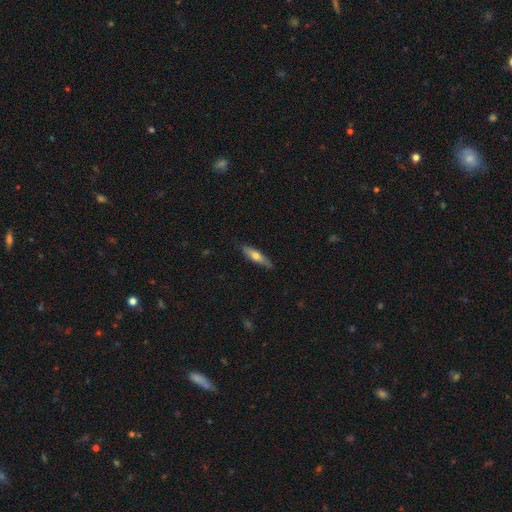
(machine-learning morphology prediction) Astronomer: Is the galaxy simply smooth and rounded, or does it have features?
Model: smooth — 58% (runner-up: featured or disk, 37%).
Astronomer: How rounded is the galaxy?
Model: cigar-shaped — 72%.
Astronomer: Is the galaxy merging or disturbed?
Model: none — 84%.